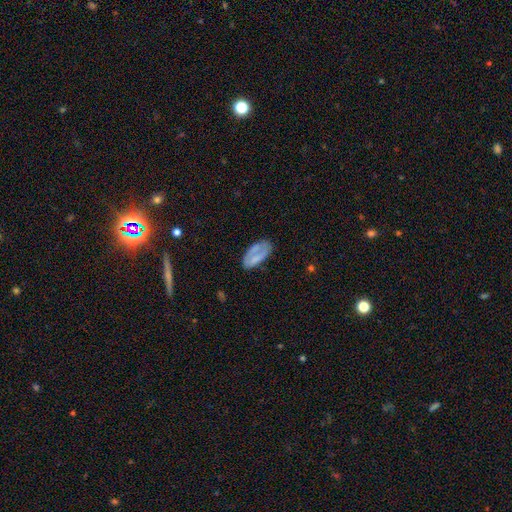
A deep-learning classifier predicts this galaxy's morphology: This is possibly a smooth galaxy (58%). How rounded: clearly in between (90%). Merging: likely none (60%).